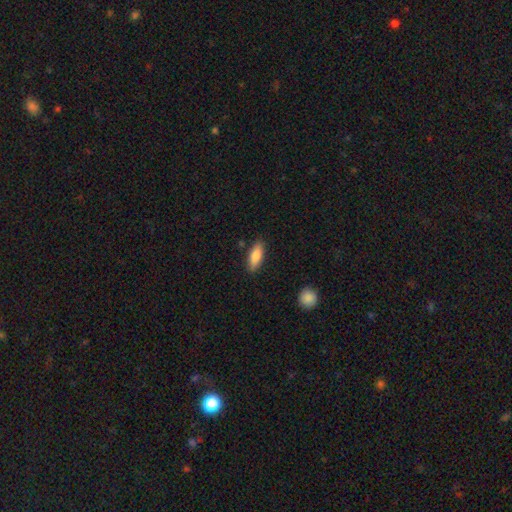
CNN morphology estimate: Smooth or featured? Predicted: smooth (p=0.84). How rounded? Predicted: in between (p=0.72). Merging? Predicted: none (p=0.86).